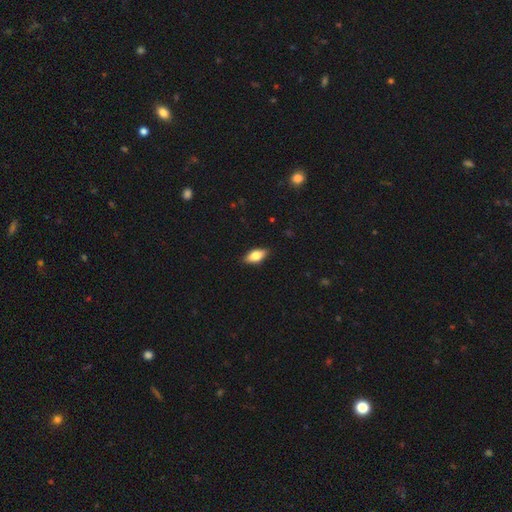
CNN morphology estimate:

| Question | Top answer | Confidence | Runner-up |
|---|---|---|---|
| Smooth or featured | smooth | 75% | featured or disk (19%) |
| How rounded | in between | 87% | cigar-shaped (10%) |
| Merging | none | 87% | minor disturbance (10%) |